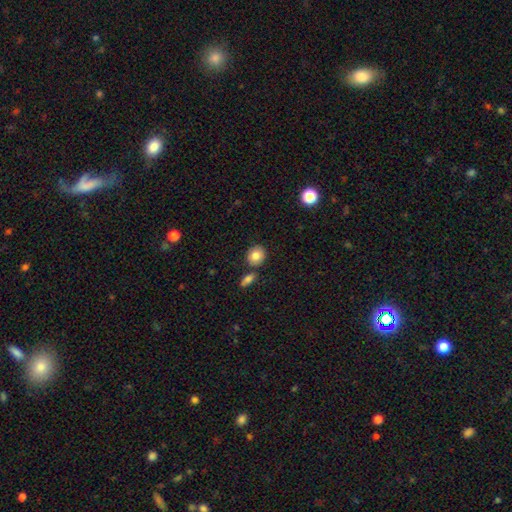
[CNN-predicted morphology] The model was most divided on "how rounded": round: 72%, in between: 27%, cigar-shaped: 1%. More confident: smooth or featured — smooth (83%); merging — none (77%).